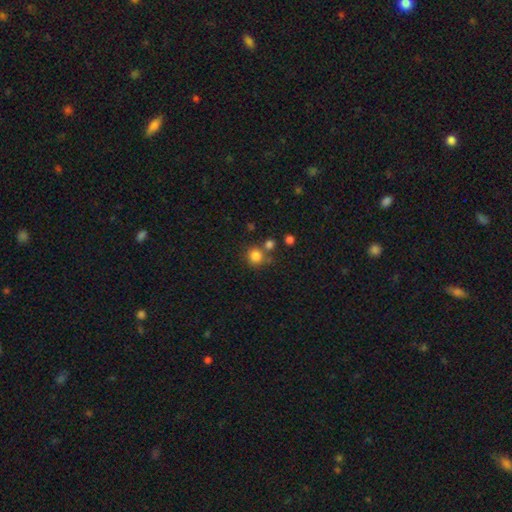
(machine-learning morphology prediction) Smooth or featured?
  - smooth: 82% *
  - star or artifact: 12%
  - featured or disk: 6%
How rounded?
  - round: 88% *
  - in between: 11%
  - cigar-shaped: 1%
Merging?
  - none: 66% *
  - merger: 19%
  - minor disturbance: 11%
  - major disturbance: 4%